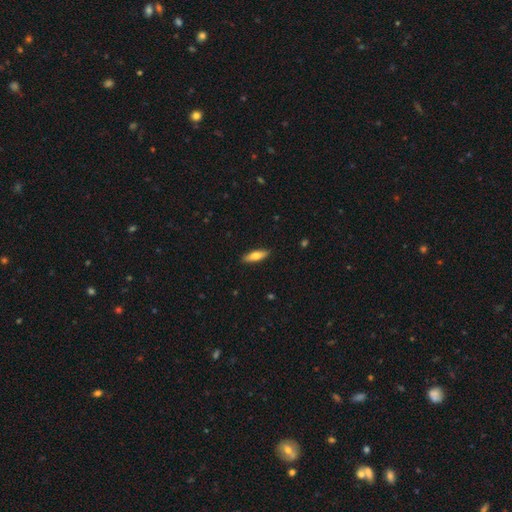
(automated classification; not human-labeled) Morphology: type=smooth (68%); roundness=in between (50%); merging=none (89%).